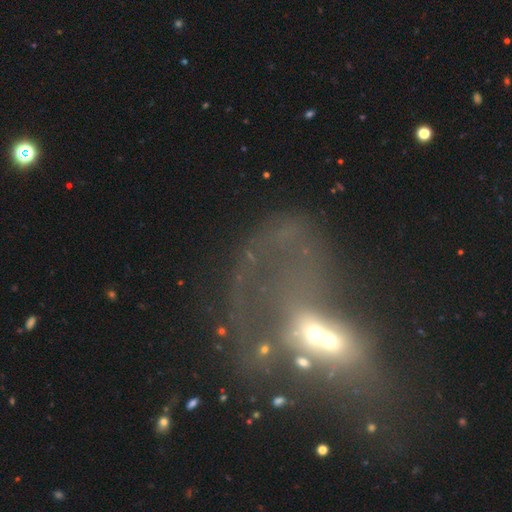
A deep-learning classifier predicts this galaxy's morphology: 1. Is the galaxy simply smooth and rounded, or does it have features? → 53% featured or disk, 26% smooth, 21% star or artifact.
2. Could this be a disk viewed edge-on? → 92% no, 8% yes.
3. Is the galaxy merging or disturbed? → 57% merger, 25% major disturbance, 11% none, 7% minor disturbance.